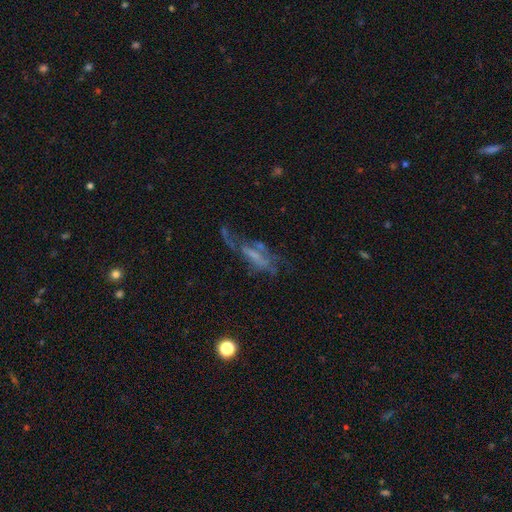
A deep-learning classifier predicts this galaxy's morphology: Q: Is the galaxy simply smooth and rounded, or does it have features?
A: featured or disk — 61%.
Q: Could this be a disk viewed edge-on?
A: no — 80%.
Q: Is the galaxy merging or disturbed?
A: major disturbance — 38%.